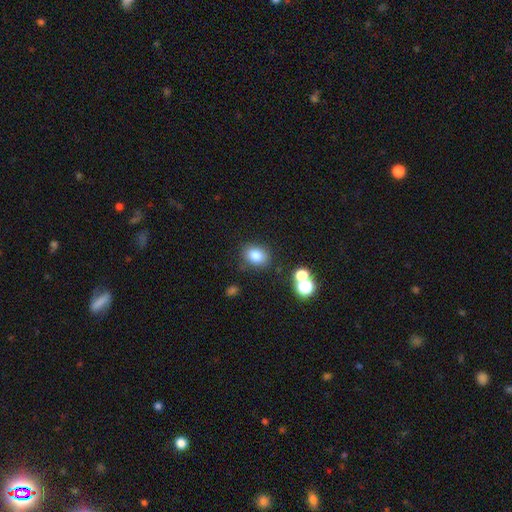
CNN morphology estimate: This is clearly a smooth galaxy (81%). How rounded: possibly in between (58%). Merging: likely none (79%).